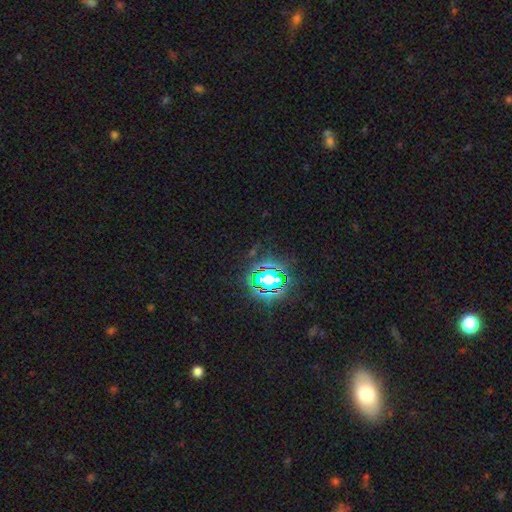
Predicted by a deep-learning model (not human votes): A star or artifact, not a galaxy (78%).

Vote fractions:
- Smooth or featured? star or artifact: 78% / smooth: 13% / featured or disk: 9%